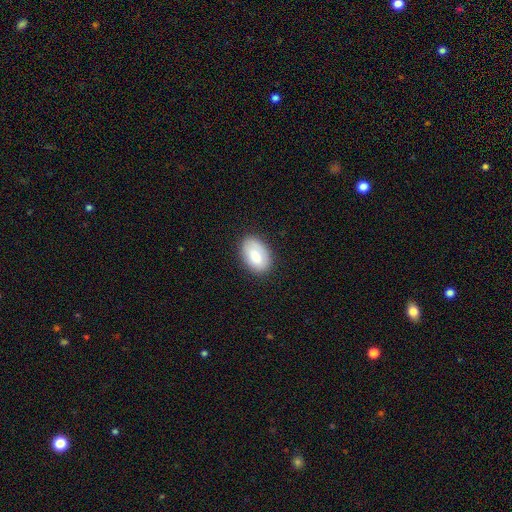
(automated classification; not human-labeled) This appears to be a smooth galaxy with no disk features (84%) that is in between round and cigar-shaped (91%). Merging: none (83%).